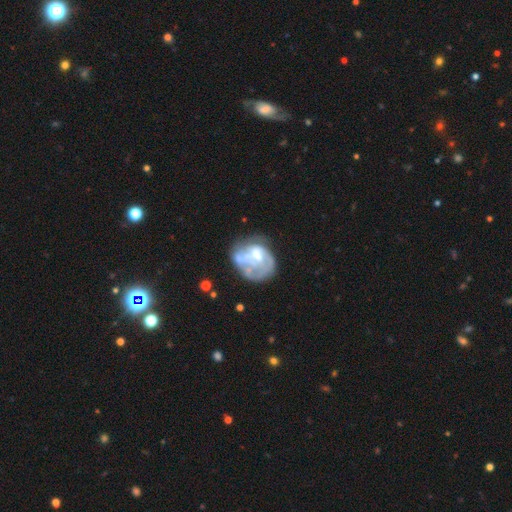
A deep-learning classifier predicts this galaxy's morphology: featured or disk 61%, smooth 31%, star or artifact 9%. Down the decision tree: edge-on disk — no (98%); bar — no (72%); spiral arms — no (64%); bulge size — moderate (46%); merging — none (37%).